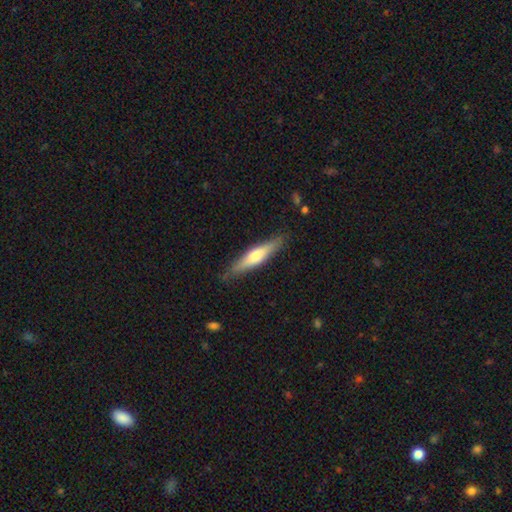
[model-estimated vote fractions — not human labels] smooth 47% (tied), featured or disk 47% (tied), star or artifact 5%. Down the decision tree: merging — none (85%).